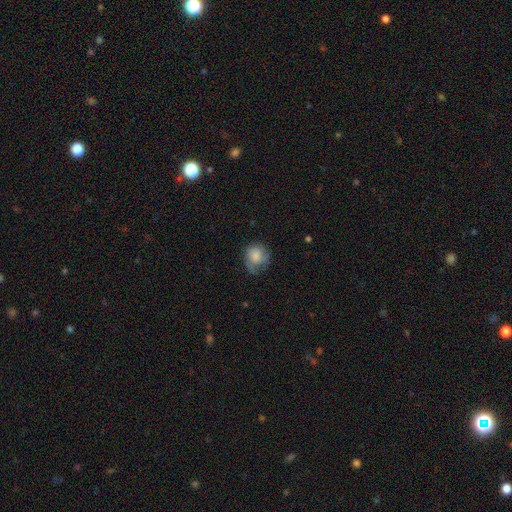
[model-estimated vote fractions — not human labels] smooth-or-featured: smooth: 66% | featured or disk: 26% | star or artifact: 8%
  how-rounded: round: 76% | in between: 23% | cigar-shaped: 1%
  merging: none: 50% | minor disturbance: 30% | major disturbance: 18% | merger: 1%